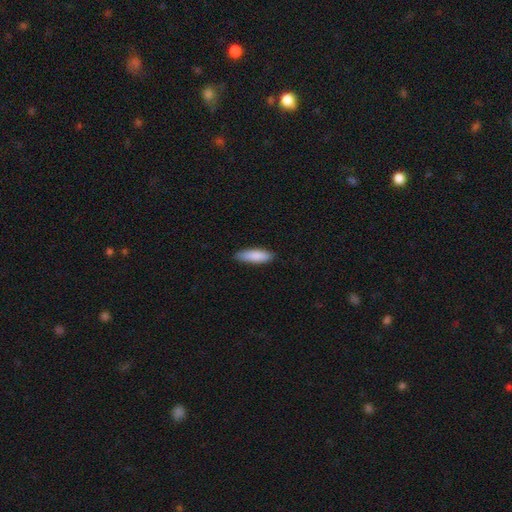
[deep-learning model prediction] A smooth galaxy with no disk features (87%) that is in between round and cigar-shaped (50%). Merging: none (85%).